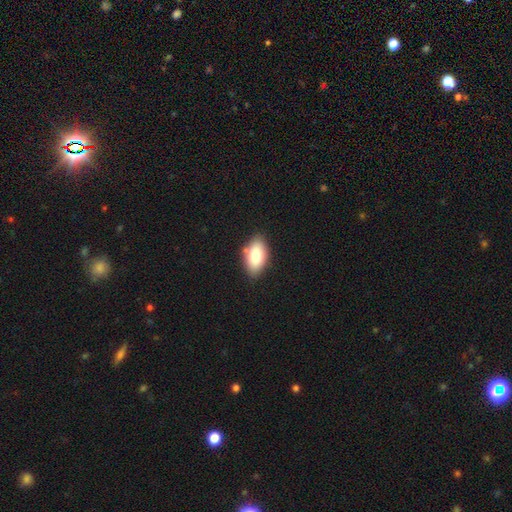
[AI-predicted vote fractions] smooth_or_featured: smooth (p=0.80) [alt: featured or disk p=0.13]
how_rounded: in between (p=0.93) [alt: round p=0.05]
merging: none (p=0.81) [alt: minor disturbance p=0.13]